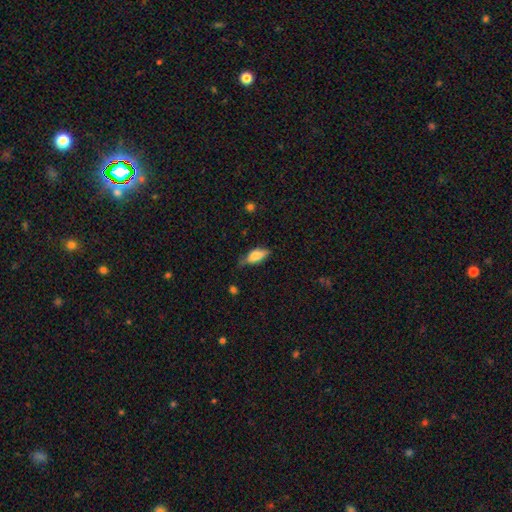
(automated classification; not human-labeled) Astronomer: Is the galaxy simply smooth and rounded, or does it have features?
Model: smooth — 72%.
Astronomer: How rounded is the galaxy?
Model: in between — 78%.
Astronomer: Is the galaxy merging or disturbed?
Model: none — 56% (runner-up: minor disturbance, 33%).